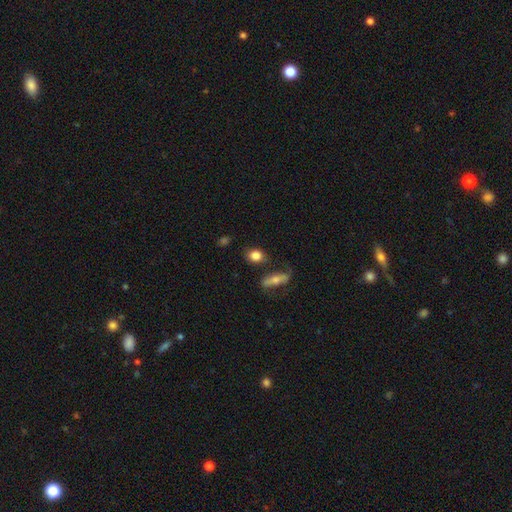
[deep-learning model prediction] Smooth or featured? smooth (83%)
How rounded? in between (51%)
Merging? none (74%)